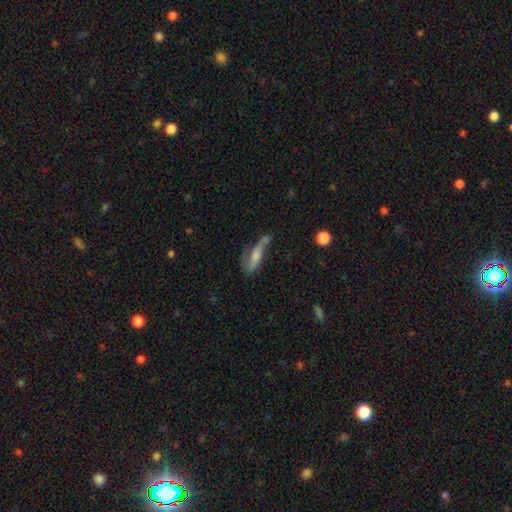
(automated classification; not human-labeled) Q: Smooth or featured?
A: featured or disk (56%); runner-up: smooth (35%)
Q: Edge-on disk?
A: no (64%); runner-up: yes (36%)
Q: Merging?
A: none (42%); runner-up: minor disturbance (28%)